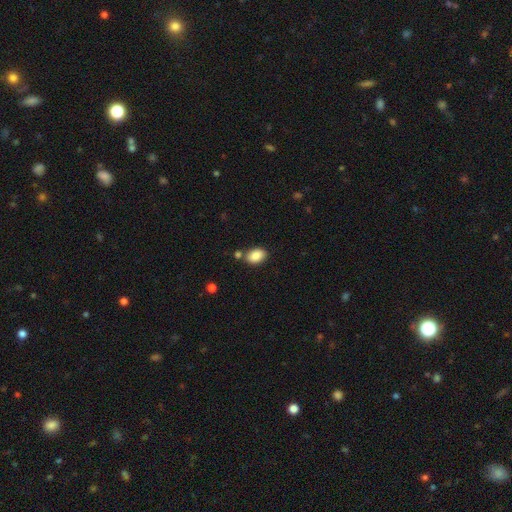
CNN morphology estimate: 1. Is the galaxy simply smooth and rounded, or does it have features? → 87% smooth, 7% star or artifact, 6% featured or disk.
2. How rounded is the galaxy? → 85% in between, 14% round, 1% cigar-shaped.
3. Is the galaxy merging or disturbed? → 75% none, 11% minor disturbance, 11% merger, 3% major disturbance.